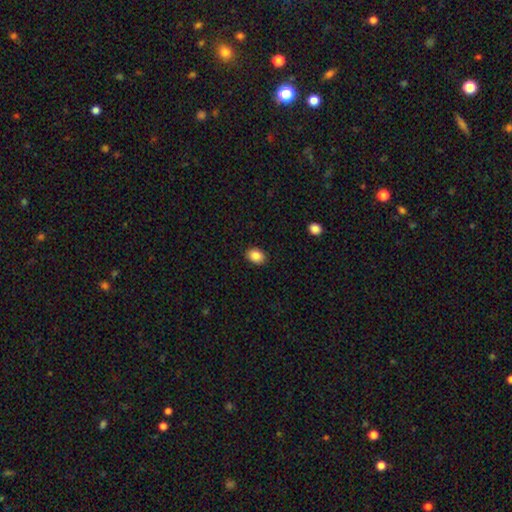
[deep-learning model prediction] smooth_or_featured: smooth (p=0.86) [alt: star or artifact p=0.09]
how_rounded: in between (p=0.69) [alt: round p=0.30]
merging: none (p=0.89) [alt: minor disturbance p=0.08]